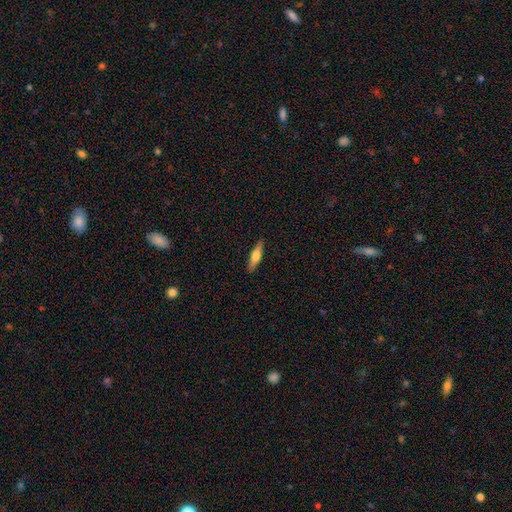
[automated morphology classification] Smooth or featured? smooth (55%)
How rounded? cigar-shaped (71%)
Merging? none (89%)